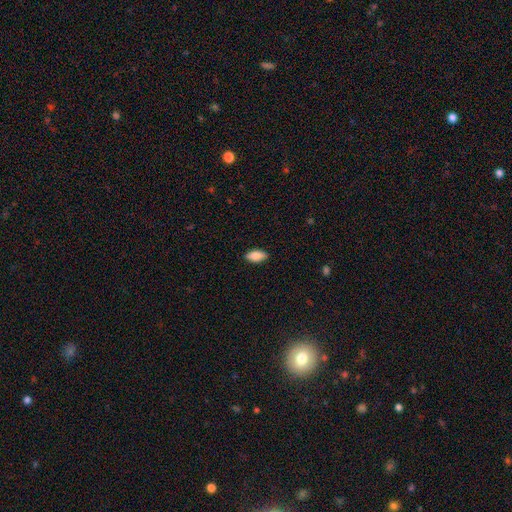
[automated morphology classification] The model was most divided on "merging": none: 88%, minor disturbance: 9%, major disturbance: 2%, merger: 1%. More confident: how rounded — in between (91%); smooth or featured — smooth (87%).